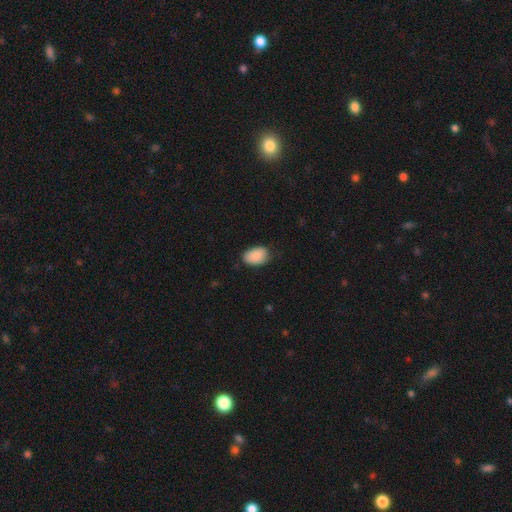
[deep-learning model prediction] smooth 89%, star or artifact 7%, featured or disk 4%. Down the decision tree: how rounded — in between (89%); merging — none (75%).